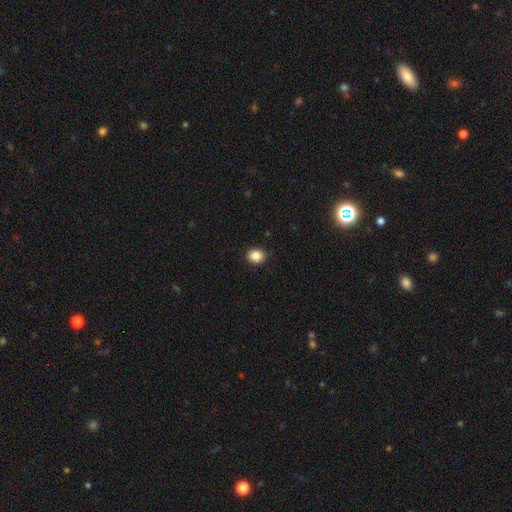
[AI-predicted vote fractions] Q: Smooth or featured?
A: smooth (87%); runner-up: star or artifact (10%)
Q: How rounded?
A: round (72%); runner-up: in between (27%)
Q: Merging?
A: none (92%); runner-up: minor disturbance (6%)